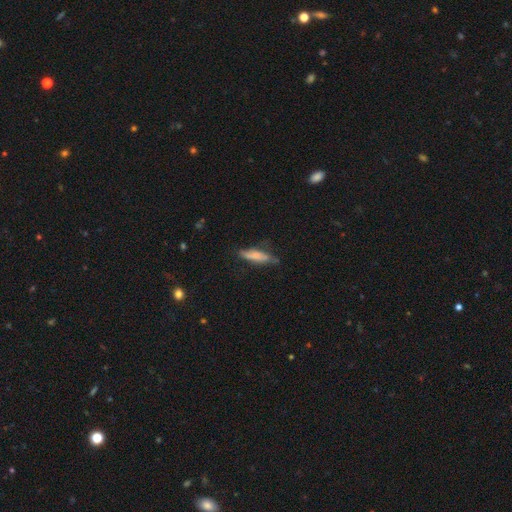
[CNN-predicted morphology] A smooth galaxy with no disk features (67%) that is cigar-shaped (72%). Merging: none (57%).